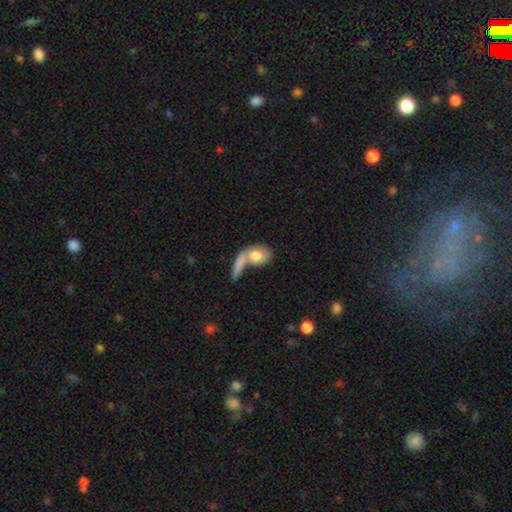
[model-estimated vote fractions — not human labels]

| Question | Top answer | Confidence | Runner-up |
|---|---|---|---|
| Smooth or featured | smooth | 71% | featured or disk (23%) |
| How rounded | in between | 65% | round (29%) |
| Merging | merger | 52% | none (27%) |